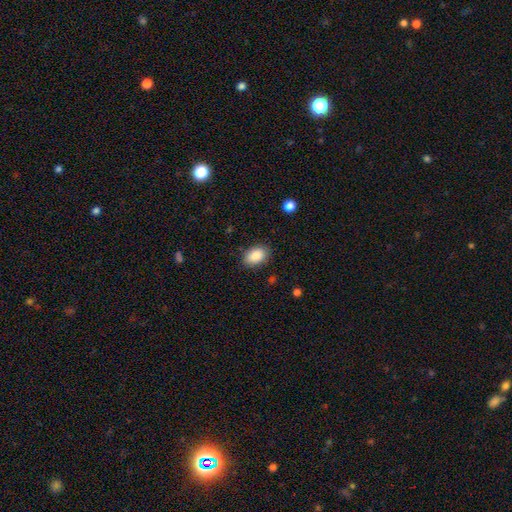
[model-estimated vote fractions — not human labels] A smooth galaxy with no disk features (89%) that is in between round and cigar-shaped (87%). Merging: none (85%).